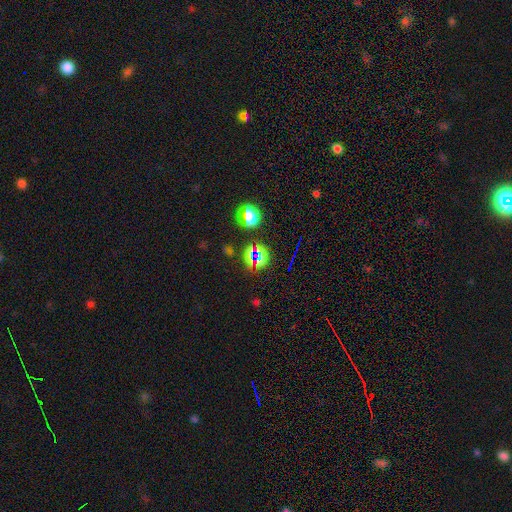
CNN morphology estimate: A star or artifact, not a galaxy (71%).